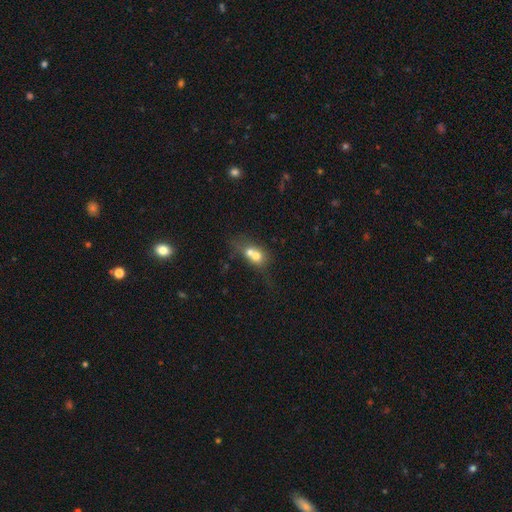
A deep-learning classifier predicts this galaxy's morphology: This appears to be a smooth galaxy with no disk features (63%) that is round (54%). Merging: merger (67%).